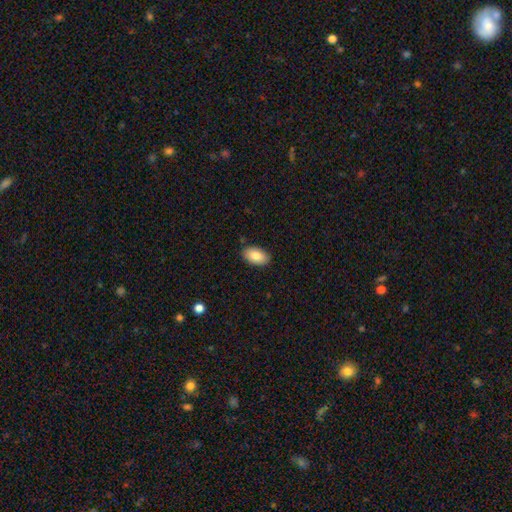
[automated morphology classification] A smooth galaxy with no disk features (85%) that is in between round and cigar-shaped (94%). Merging: none (86%).